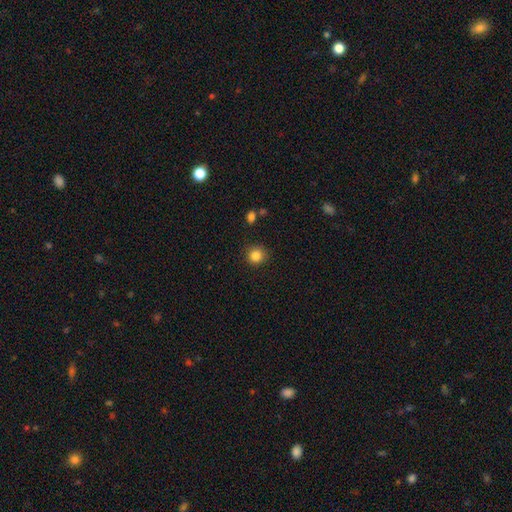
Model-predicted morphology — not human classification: This is clearly a smooth galaxy (84%). How rounded: clearly round (92%). Merging: clearly none (88%).